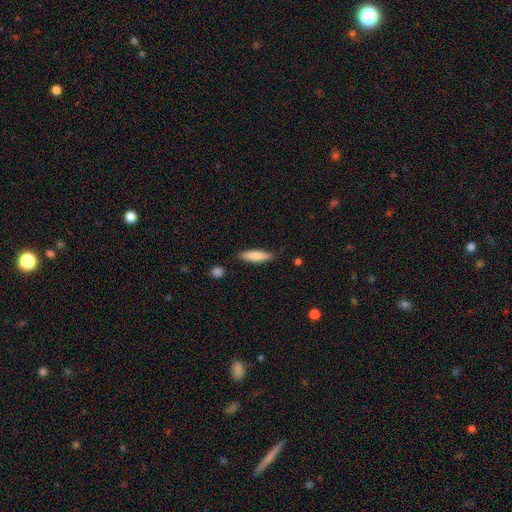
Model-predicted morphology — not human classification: This is likely a smooth galaxy (77%). How rounded: likely cigar-shaped (64%). Merging: clearly none (83%).